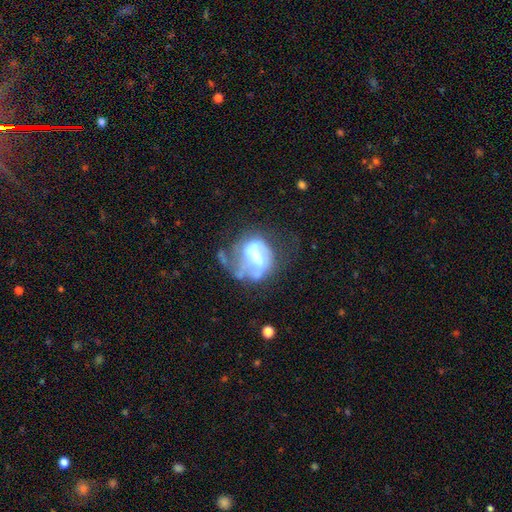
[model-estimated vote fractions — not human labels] A featured or disk galaxy (69%) with a strong bar (40%), spiral arms (65%) and a moderate central bulge (42%).

Vote fractions:
- Smooth or featured? featured or disk: 69% / smooth: 22% / star or artifact: 9%
- Edge-on disk? no: 96% / yes: 4%
- Bar? strong: 40% / weak: 37% / no: 23%
- Spiral arms? yes: 65% / no: 35%
- Bulge size? moderate: 42% / small: 29% / large: 16% / none: 10% / dominant: 3%
- Merging? major disturbance: 39% / none: 30% / minor disturbance: 21% / merger: 10%